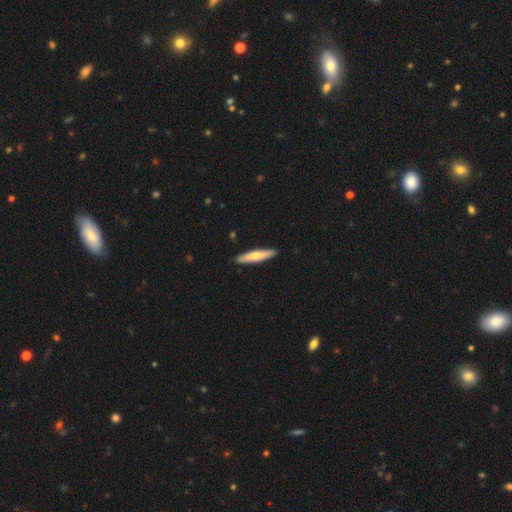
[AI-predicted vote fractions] A smooth galaxy with no disk features (66%) that is cigar-shaped (87%).

Vote fractions:
- Smooth or featured? smooth: 66% / featured or disk: 29% / star or artifact: 5%
- How rounded? cigar-shaped: 87% / in between: 12% / round: 1%
- Merging? none: 91% / minor disturbance: 7% / major disturbance: 1% / merger: 1%